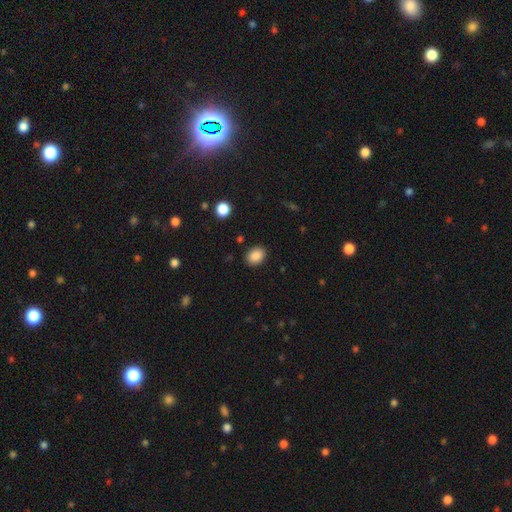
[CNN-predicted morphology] This appears to be a smooth galaxy with no disk features (88%) that is in between round and cigar-shaped (65%). Merging: none (88%).